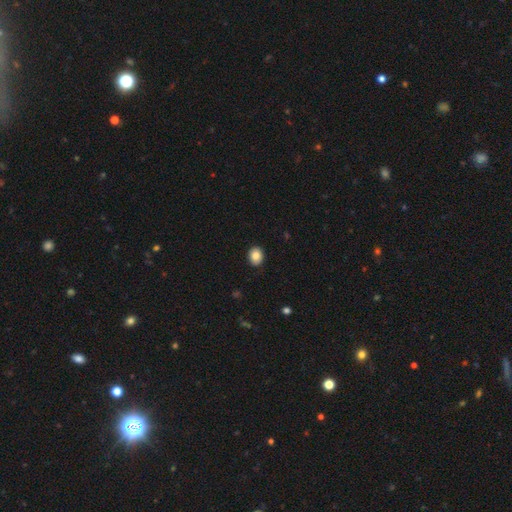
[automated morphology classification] This appears to be a smooth galaxy with no disk features (85%) that is round (50%). Merging: none (89%).